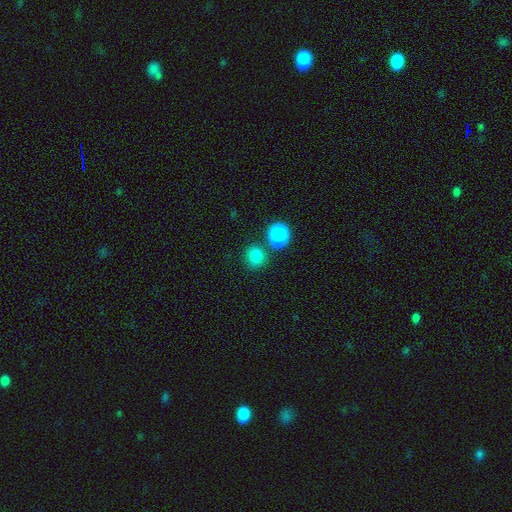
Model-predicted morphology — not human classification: smooth 82%, star or artifact 13%, featured or disk 5%. Down the decision tree: how rounded — round (76%); merging — none (76%).